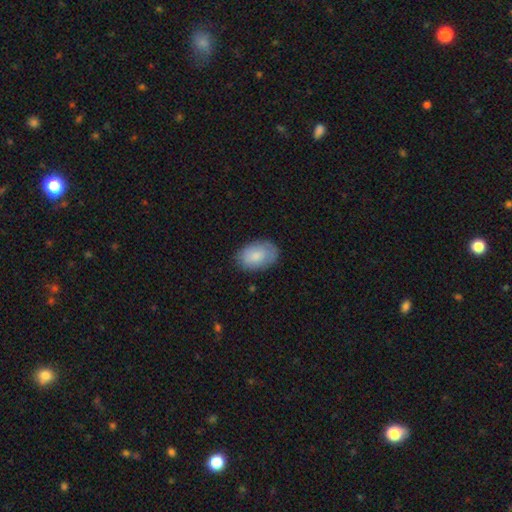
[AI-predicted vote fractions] Smooth or featured? Predicted: smooth (p=0.80). How rounded? Predicted: in between (p=0.88). Merging? Predicted: none (p=0.78).